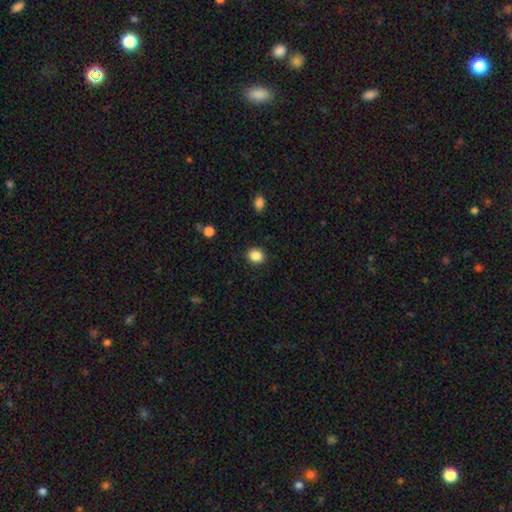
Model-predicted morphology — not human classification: Smooth or featured?
  - smooth: 87% *
  - star or artifact: 9%
  - featured or disk: 4%
How rounded?
  - round: 66% *
  - in between: 33%
  - cigar-shaped: 1%
Merging?
  - none: 90% *
  - minor disturbance: 7%
  - major disturbance: 2%
  - merger: 1%